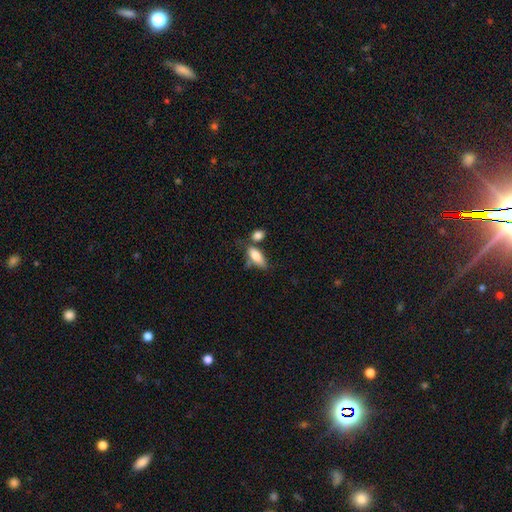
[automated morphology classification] This appears to be a smooth galaxy with no disk features (77%) that is in between round and cigar-shaped (78%). Merging: none (49%).